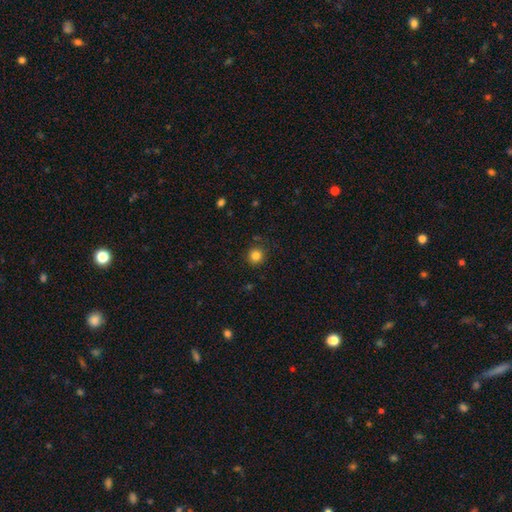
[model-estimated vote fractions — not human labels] Overall: smooth (83%). How rounded: round (92%). Merging: none (88%).